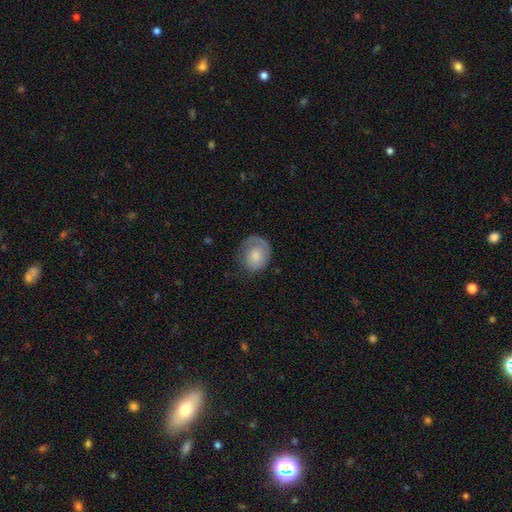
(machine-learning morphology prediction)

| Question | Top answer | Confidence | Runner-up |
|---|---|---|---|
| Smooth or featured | smooth | 57% | featured or disk (37%) |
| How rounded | round | 60% | in between (39%) |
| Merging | none | 55% | minor disturbance (25%) |